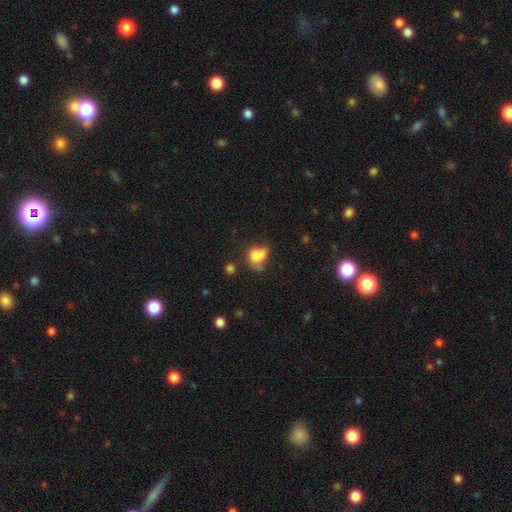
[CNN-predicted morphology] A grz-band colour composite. It shows a smooth galaxy with no disk features (64%) that is in between round and cigar-shaped (60%). Merging: major disturbance (28%).